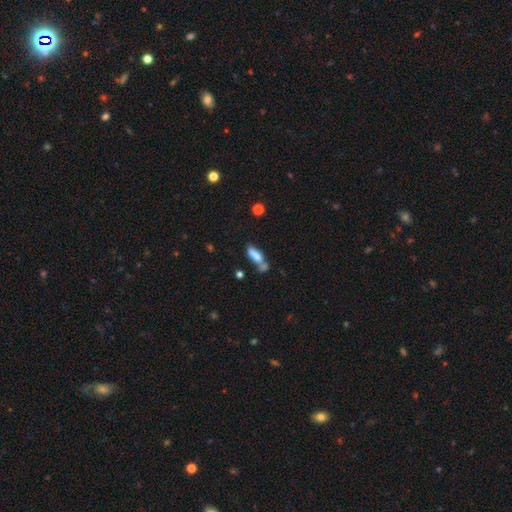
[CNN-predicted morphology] Smooth or featured?
  - smooth: 68% *
  - featured or disk: 22%
  - star or artifact: 10%
How rounded?
  - in between: 56% *
  - cigar-shaped: 40%
  - round: 3%
Merging?
  - merger: 43% *
  - none: 32%
  - minor disturbance: 15%
  - major disturbance: 10%